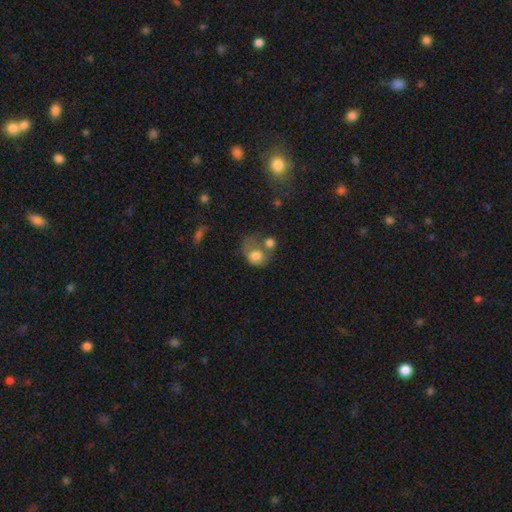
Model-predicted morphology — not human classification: A smooth galaxy with no disk features (69%) that is round (58%).

Vote fractions:
- Smooth or featured? smooth: 69% / featured or disk: 21% / star or artifact: 10%
- How rounded? round: 58% / in between: 41% / cigar-shaped: 1%
- Merging? merger: 43% / major disturbance: 24% / none: 20% / minor disturbance: 14%